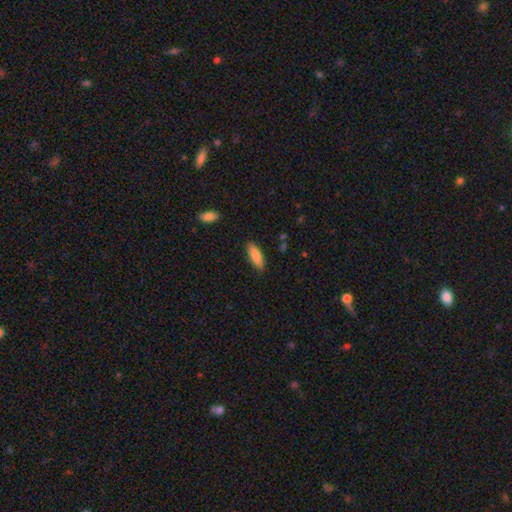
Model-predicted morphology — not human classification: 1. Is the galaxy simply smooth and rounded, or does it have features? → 83% smooth, 11% featured or disk, 6% star or artifact.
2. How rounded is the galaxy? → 59% in between, 39% cigar-shaped, 2% round.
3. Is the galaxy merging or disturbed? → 86% none, 10% minor disturbance, 2% major disturbance, 1% merger.